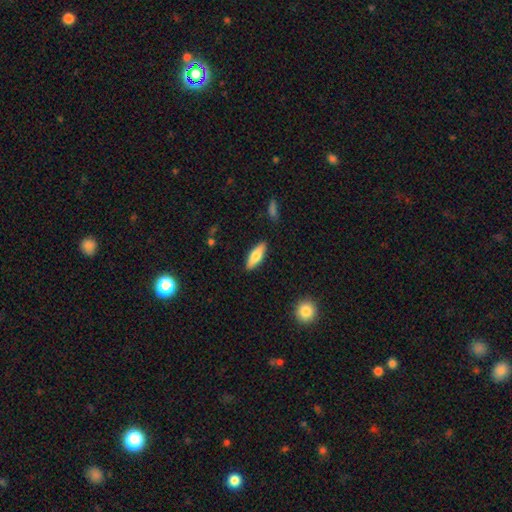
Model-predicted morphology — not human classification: This appears to be a smooth galaxy with no disk features (69%) that is in between round and cigar-shaped (52%). Merging: none (88%).